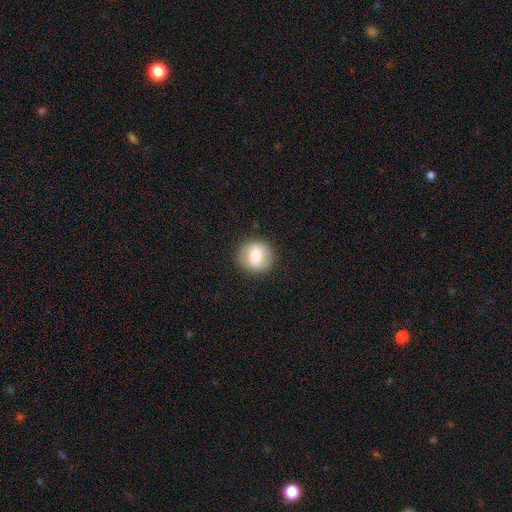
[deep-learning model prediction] A smooth galaxy with no disk features (67%) that is round (91%).

Vote fractions:
- Smooth or featured? smooth: 67% / featured or disk: 25% / star or artifact: 8%
- How rounded? round: 91% / in between: 8% / cigar-shaped: 1%
- Merging? none: 89% / minor disturbance: 7% / major disturbance: 3% / merger: 1%